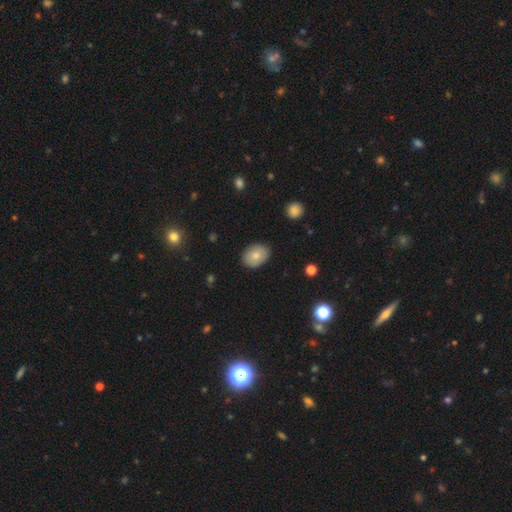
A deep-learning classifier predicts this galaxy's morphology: type=smooth (79%); roundness=in between (72%); merging=none (85%).